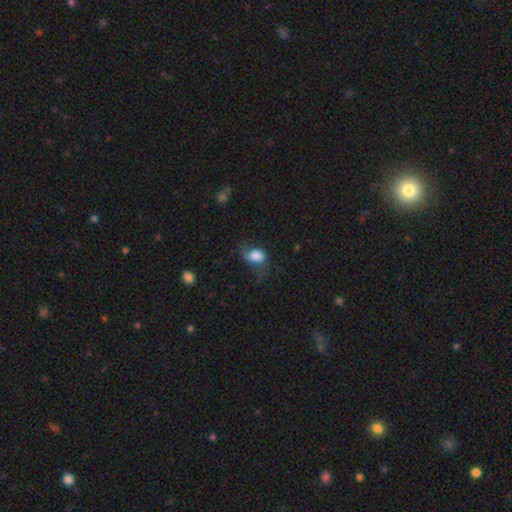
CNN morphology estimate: Smooth or featured? Predicted: smooth (p=0.66). How rounded? Predicted: in between (p=0.78). Merging? Predicted: none (p=0.37).